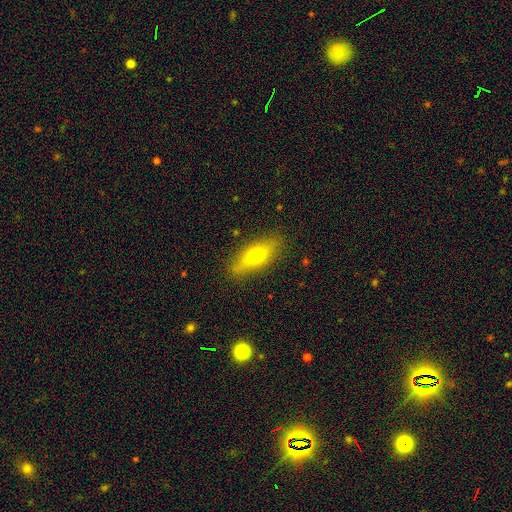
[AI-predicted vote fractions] smooth-or-featured: smooth: 61% | featured or disk: 32% | star or artifact: 8%
  how-rounded: in between: 60% | cigar-shaped: 35% | round: 4%
  merging: none: 85% | minor disturbance: 11% | major disturbance: 3% | merger: 1%